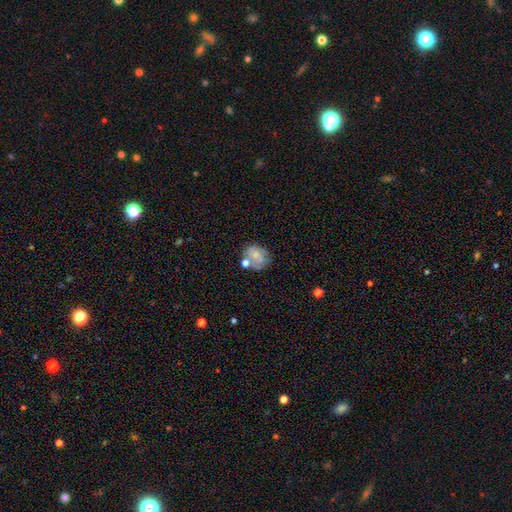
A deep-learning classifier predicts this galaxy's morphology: This appears to be a smooth galaxy with no disk features (55%) that is round (65%). Merging: none (49%).